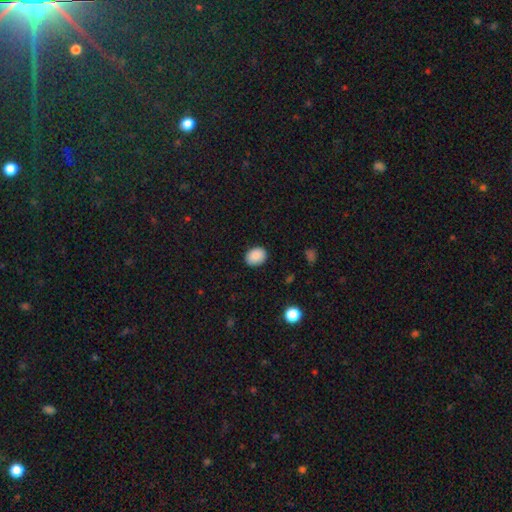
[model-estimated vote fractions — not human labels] Morphology: type=smooth (89%); roundness=in between (60%); merging=none (87%).